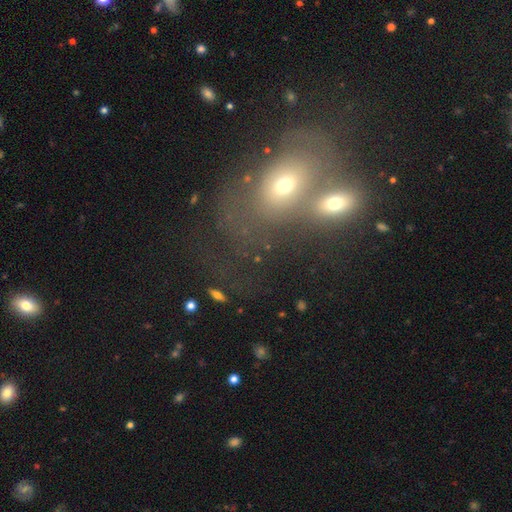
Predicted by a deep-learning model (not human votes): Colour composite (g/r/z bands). It shows a smooth galaxy with no disk features (49%). Merging: merger (60%).